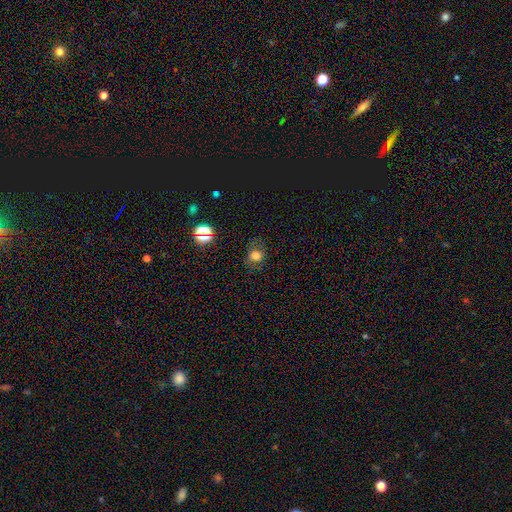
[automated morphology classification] smooth_or_featured: smooth (p=0.71) [alt: star or artifact p=0.18]
how_rounded: round (p=0.69) [alt: in between p=0.30]
merging: none (p=0.74) [alt: minor disturbance p=0.17]